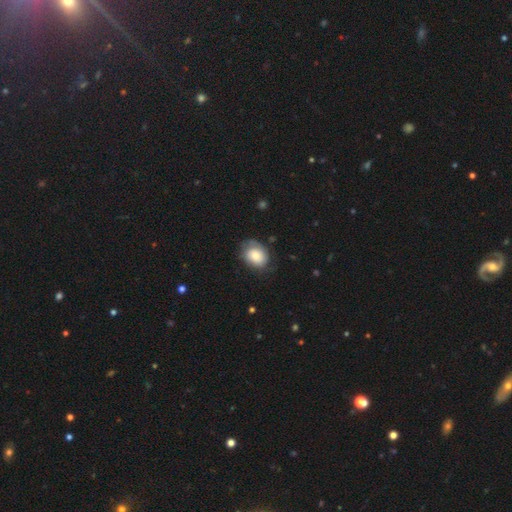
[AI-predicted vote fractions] Smooth or featured: smooth — 68% (featured or disk — 25%)
How rounded: in between — 61% (round — 38%)
Merging: none — 62% (minor disturbance — 27%)